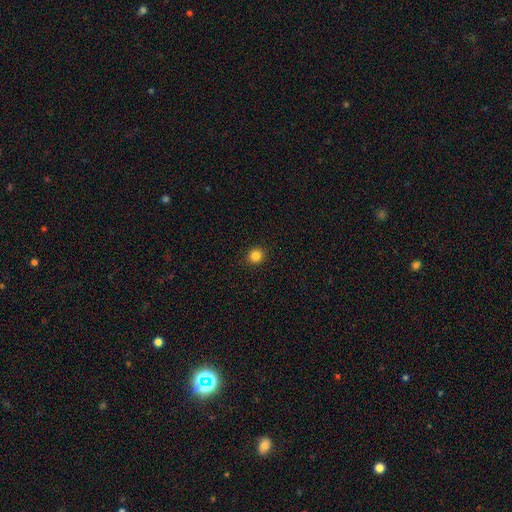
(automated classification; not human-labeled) A smooth galaxy with no disk features (84%) that is round (90%). Merging: none (93%).